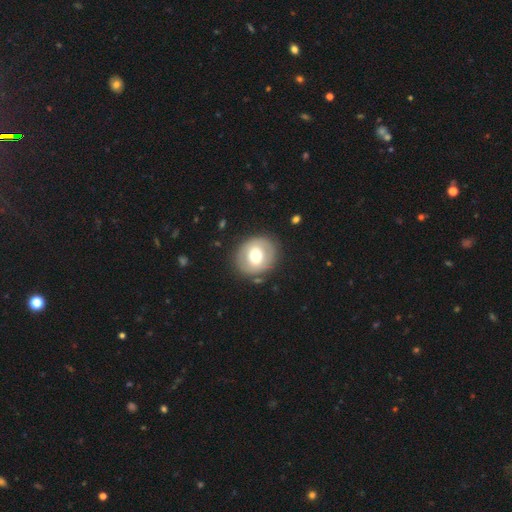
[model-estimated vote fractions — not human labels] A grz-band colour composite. It shows a smooth galaxy with no disk features (59%) that is round (78%). Merging: none (84%).